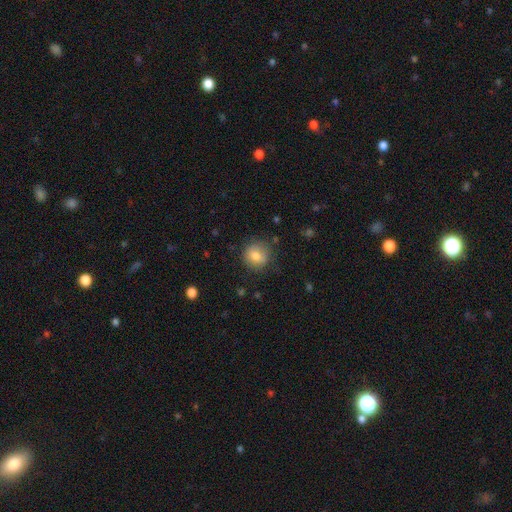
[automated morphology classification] Smooth or featured: smooth — 79% (featured or disk — 11%)
How rounded: round — 89% (in between — 10%)
Merging: none — 82% (minor disturbance — 13%)